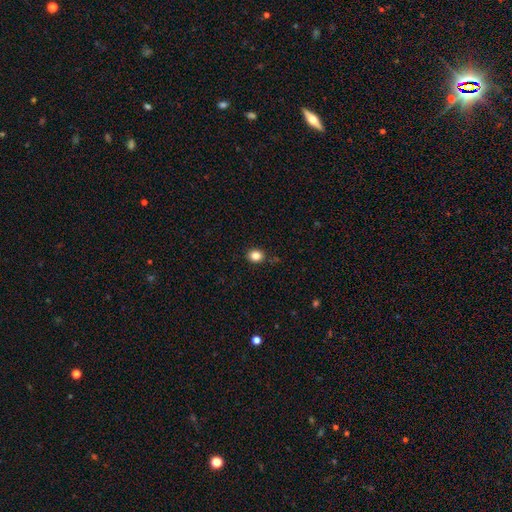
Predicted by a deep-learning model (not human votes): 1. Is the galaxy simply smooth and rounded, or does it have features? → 84% smooth, 11% star or artifact, 4% featured or disk.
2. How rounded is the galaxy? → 69% round, 30% in between, 1% cigar-shaped.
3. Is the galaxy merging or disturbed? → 88% none, 9% minor disturbance, 2% major disturbance, 2% merger.